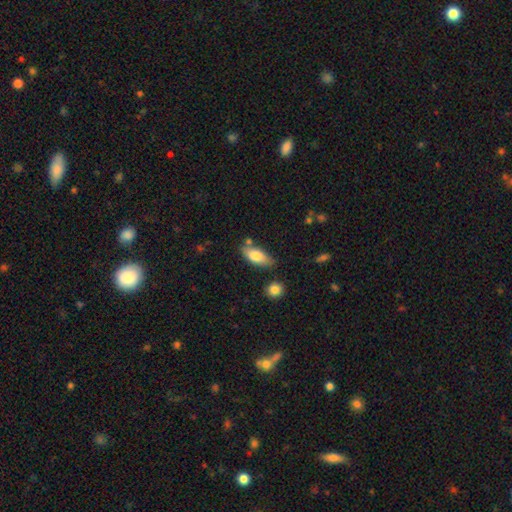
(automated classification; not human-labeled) A smooth galaxy with no disk features (79%) that is in between round and cigar-shaped (84%). Merging: none (69%).